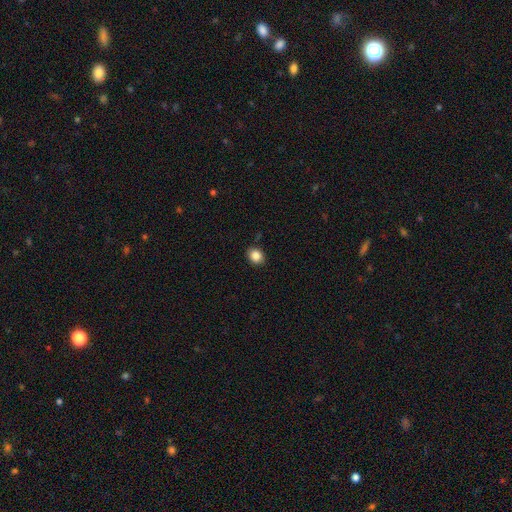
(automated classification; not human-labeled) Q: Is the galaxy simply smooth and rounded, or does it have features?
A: smooth — 86%.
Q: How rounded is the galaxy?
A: round — 59%.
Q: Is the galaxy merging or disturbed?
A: none — 88%.